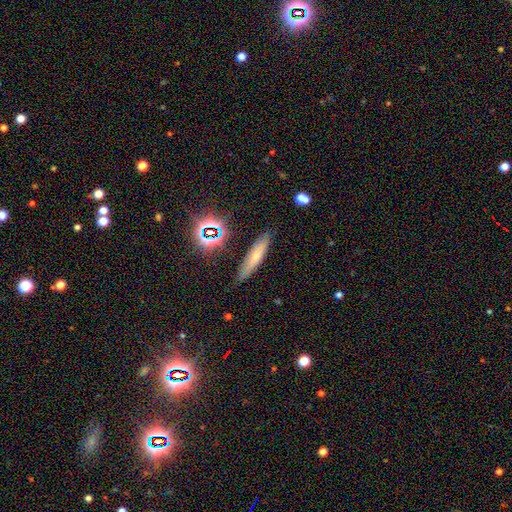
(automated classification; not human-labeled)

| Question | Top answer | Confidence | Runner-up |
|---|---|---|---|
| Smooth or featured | smooth | 57% | featured or disk (29%) |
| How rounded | cigar-shaped | 79% | in between (18%) |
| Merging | none | 84% | minor disturbance (11%) |